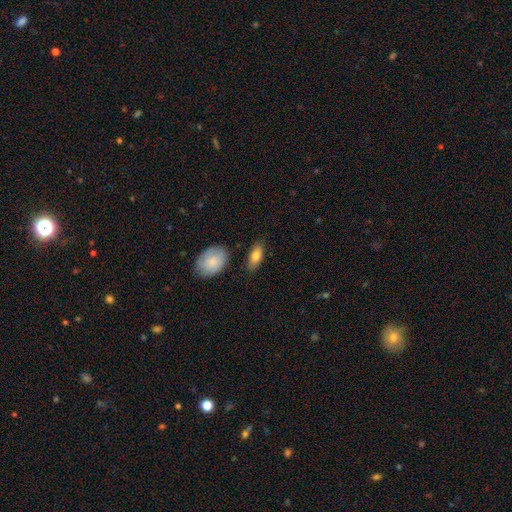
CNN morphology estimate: Smooth or featured? Predicted: smooth (p=0.79). How rounded? Predicted: in between (p=0.86). Merging? Predicted: none (p=0.80).